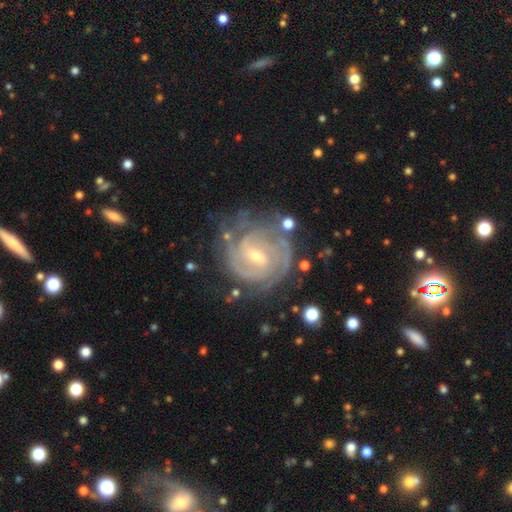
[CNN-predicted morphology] Smooth or featured? Predicted: featured or disk (p=0.90). Edge-on disk? Predicted: no (p=0.97). Bar? Predicted: weak (p=0.57). Spiral arms? Predicted: yes (p=0.97). Spiral winding? Predicted: tight (p=0.74). Spiral arm count? Predicted: 2 (p=0.31). Bulge size? Predicted: small (p=0.59). Merging? Predicted: none (p=0.71).